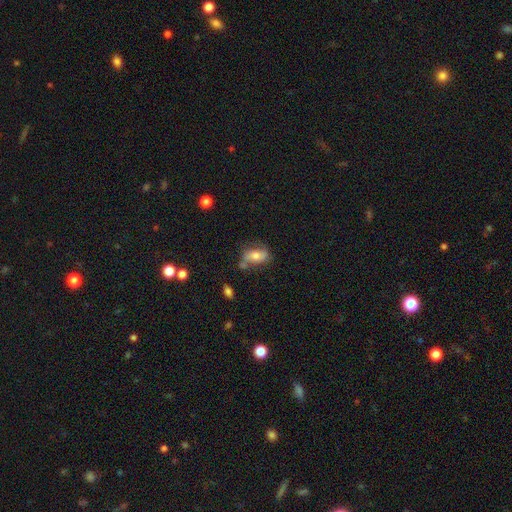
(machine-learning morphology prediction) This appears to be a featured or disk galaxy (47%). Merging: none (52%).